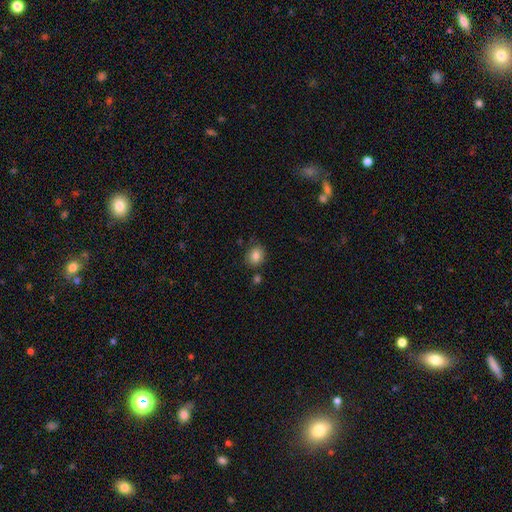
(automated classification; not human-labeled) Smooth or featured? smooth (85%)
How rounded? round (62%)
Merging? none (77%)